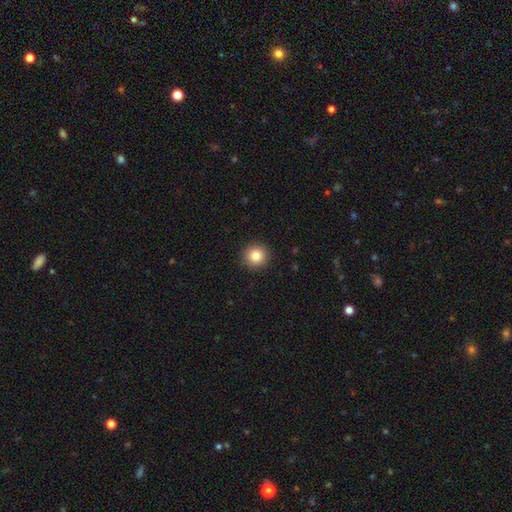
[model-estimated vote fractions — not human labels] smooth 83%, star or artifact 10%, featured or disk 6%. Down the decision tree: how rounded — round (95%); merging — none (92%).